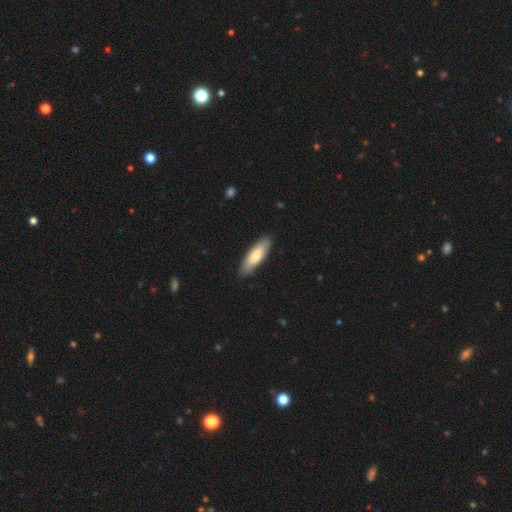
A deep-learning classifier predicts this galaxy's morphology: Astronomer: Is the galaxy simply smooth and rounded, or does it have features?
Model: smooth — 72%.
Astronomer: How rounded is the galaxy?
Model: in between — 53% (runner-up: cigar-shaped, 45%).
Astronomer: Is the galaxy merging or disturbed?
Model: none — 86%.